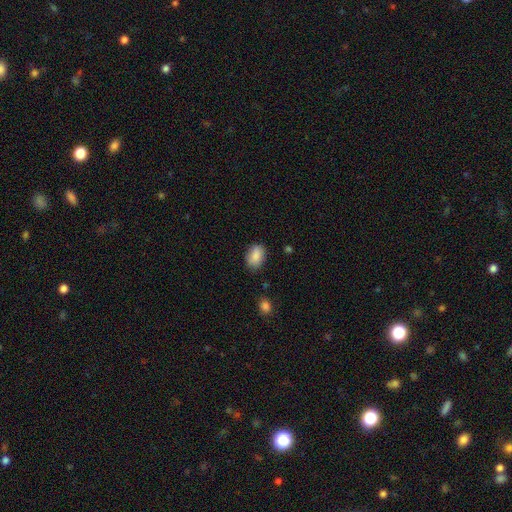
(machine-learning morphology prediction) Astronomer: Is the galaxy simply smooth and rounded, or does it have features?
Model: smooth — 87%.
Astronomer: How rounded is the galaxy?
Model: in between — 86%.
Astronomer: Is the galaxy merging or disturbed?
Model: none — 79%.